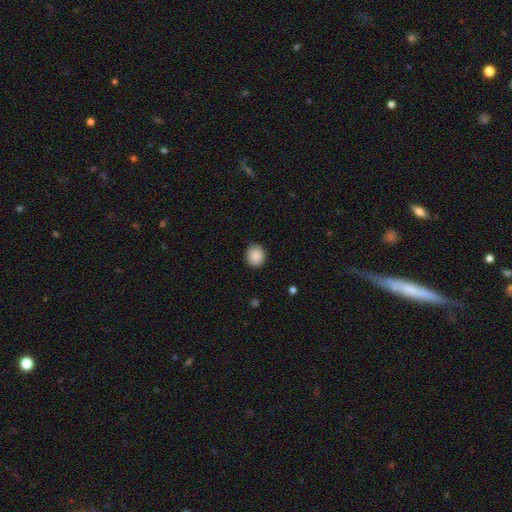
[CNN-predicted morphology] Q: Smooth or featured?
A: smooth (89%); runner-up: star or artifact (8%)
Q: How rounded?
A: round (75%); runner-up: in between (24%)
Q: Merging?
A: none (88%); runner-up: minor disturbance (8%)